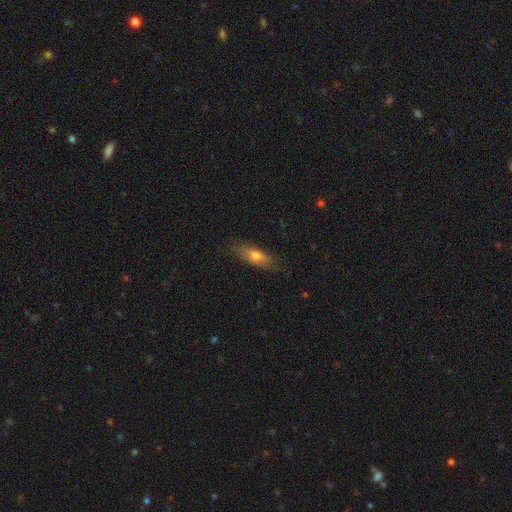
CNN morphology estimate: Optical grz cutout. It shows a smooth galaxy with no disk features (61%) that is in between round and cigar-shaped (51%). Merging: none (80%).